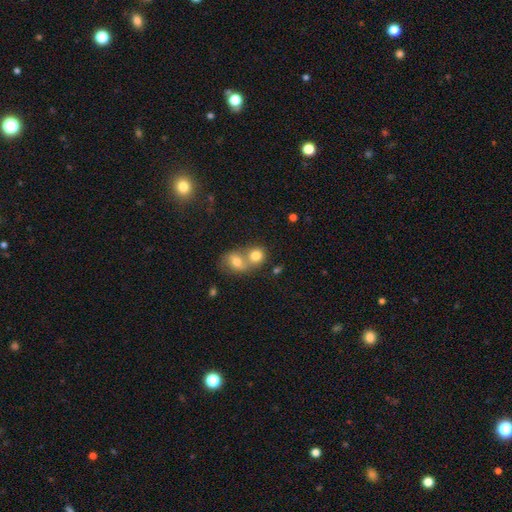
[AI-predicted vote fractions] Smooth or featured? smooth (78%)
How rounded? round (72%)
Merging? merger (63%)